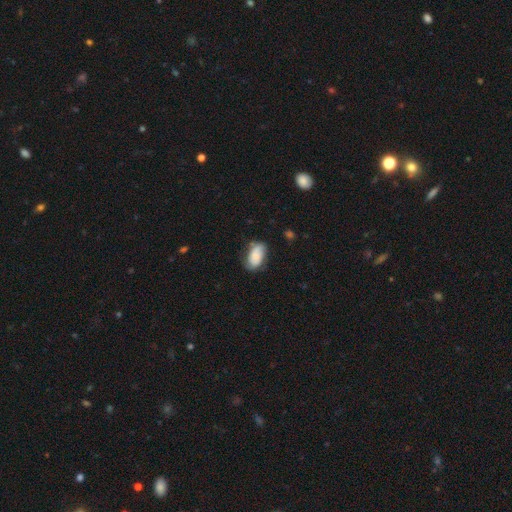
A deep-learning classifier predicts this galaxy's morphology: Smooth or featured? Predicted: smooth (p=0.65). How rounded? Predicted: in between (p=0.92). Merging? Predicted: none (p=0.59).